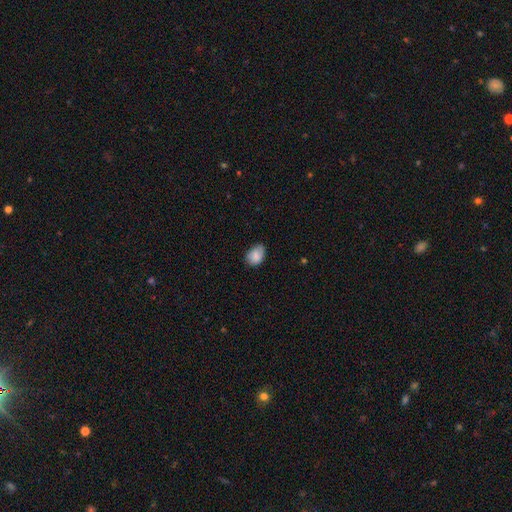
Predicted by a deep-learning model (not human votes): The model was most divided on "merging": none: 67%, minor disturbance: 27%, major disturbance: 4%, merger: 1%. More confident: smooth or featured — smooth (84%); how rounded — in between (79%).